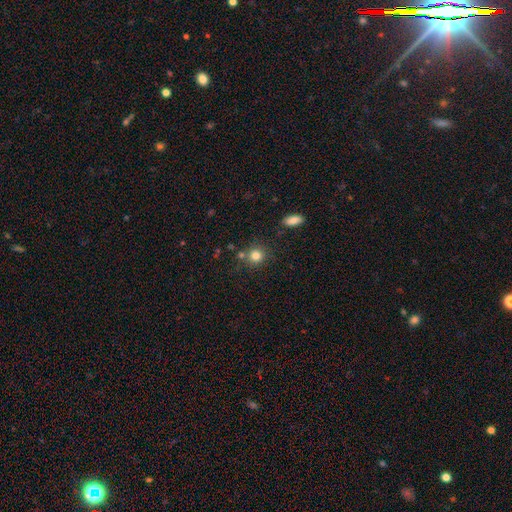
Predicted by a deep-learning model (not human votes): The model was most divided on "merging": none: 76%, merger: 11%, minor disturbance: 10%, major disturbance: 3%. More confident: how rounded — round (89%); smooth or featured — smooth (81%).